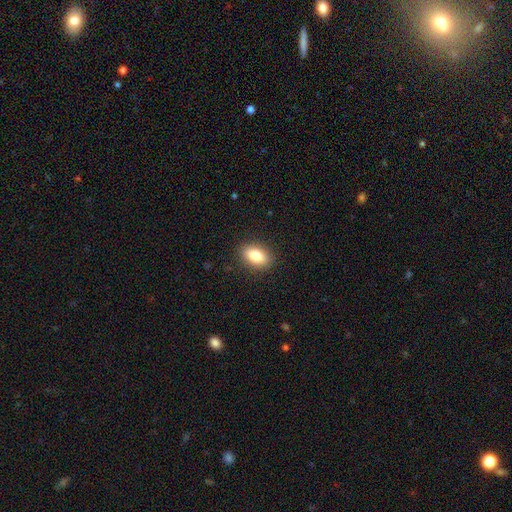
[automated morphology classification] Smooth or featured? Predicted: smooth (p=0.84). How rounded? Predicted: in between (p=0.88). Merging? Predicted: none (p=0.88).